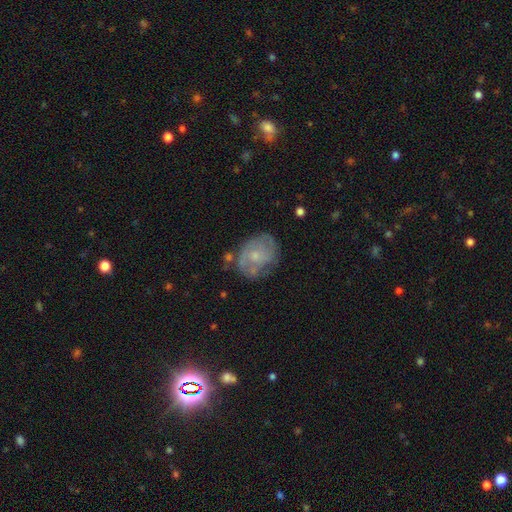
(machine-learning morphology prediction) Overall: featured or disk (62%; smooth 30%). Edge-on disk: no (97%). Bar: no (76%). Spiral arms: yes (73%). Bulge size: small (67%). Merging: none (61%; minor disturbance 24%).